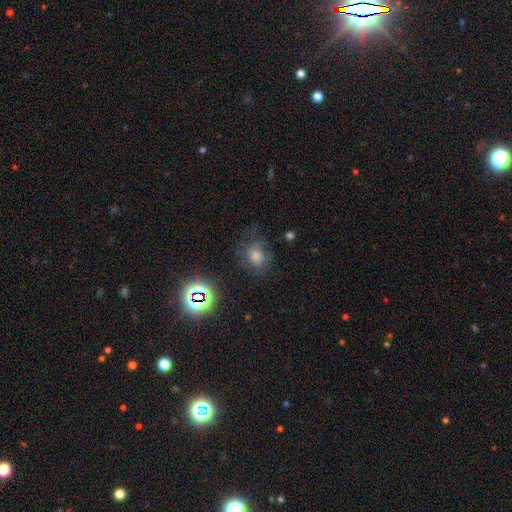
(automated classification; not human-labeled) Overall: smooth (45%; star or artifact 32%). Merging: none (63%).